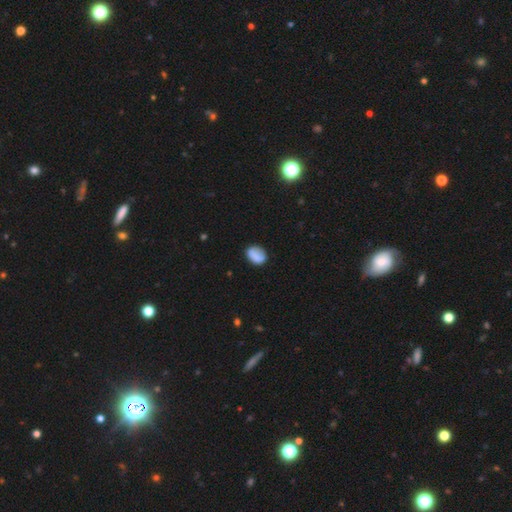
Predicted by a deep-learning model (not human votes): smooth_or_featured: smooth (p=0.81) [alt: featured or disk p=0.11]
how_rounded: in between (p=0.64) [alt: round p=0.35]
merging: none (p=0.74) [alt: minor disturbance p=0.19]